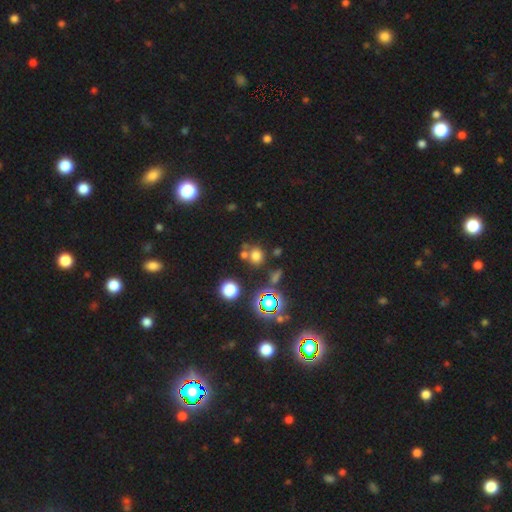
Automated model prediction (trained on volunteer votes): Morphology: type=smooth (65%); roundness=round (81%); merging=none (66%).